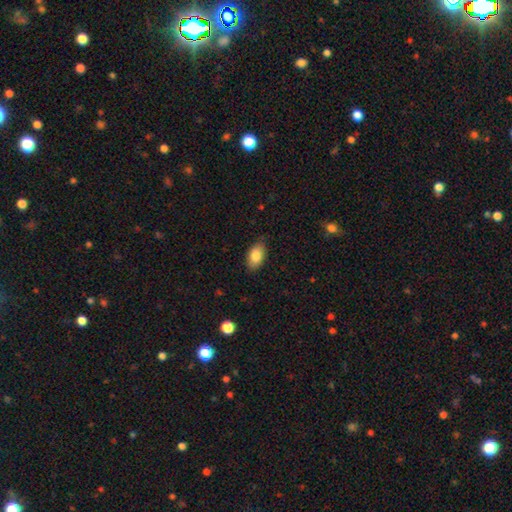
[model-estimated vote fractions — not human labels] Smooth or featured: smooth — 85% (featured or disk — 8%)
How rounded: in between — 93% (round — 5%)
Merging: none — 84% (minor disturbance — 13%)